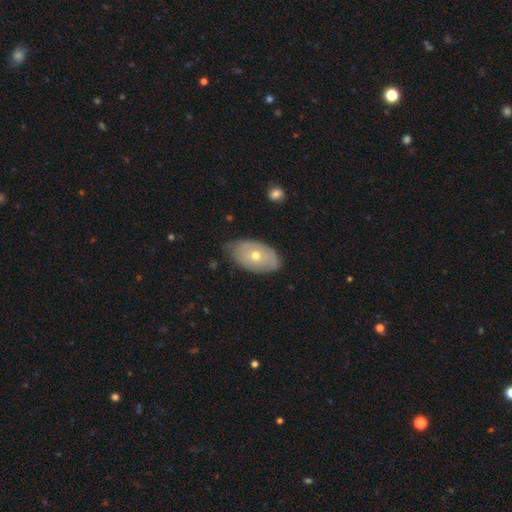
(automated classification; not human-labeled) This is possibly a smooth galaxy (52%). How rounded: clearly in between (90%). Merging: likely none (72%).